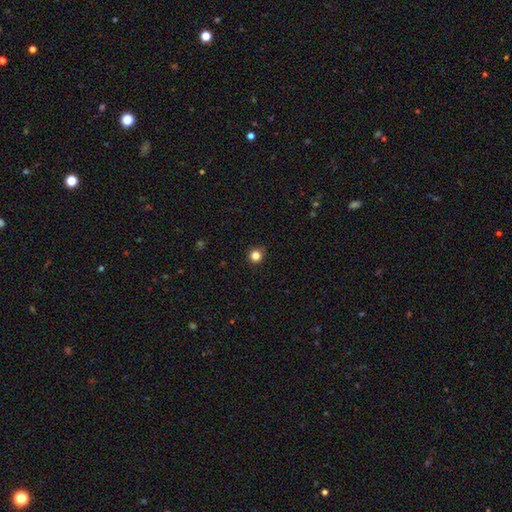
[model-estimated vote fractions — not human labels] Morphology: type=smooth (83%); roundness=round (94%); merging=none (91%).